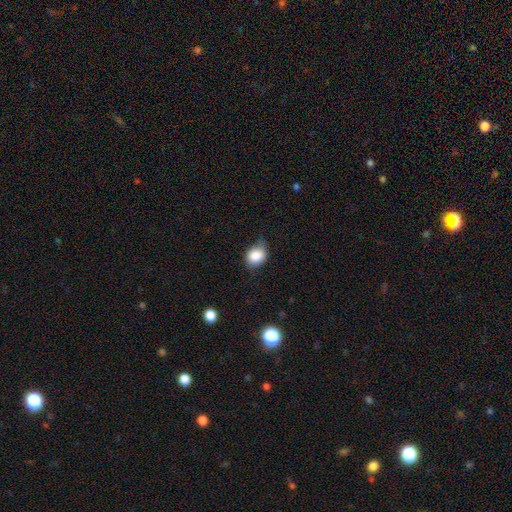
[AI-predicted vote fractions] Smooth or featured? smooth (84%)
How rounded? in between (50%)
Merging? none (52%)